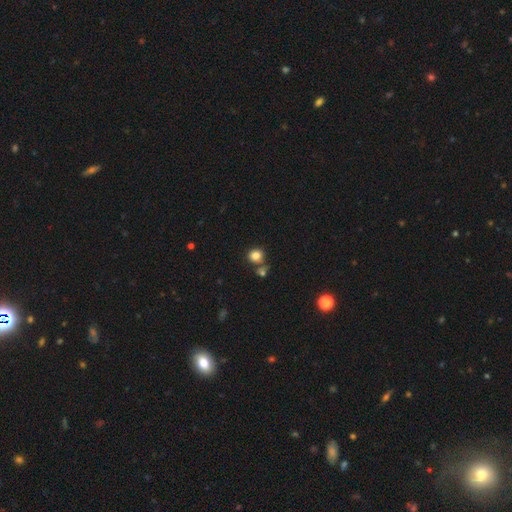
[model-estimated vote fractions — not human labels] smooth-or-featured: smooth: 83% | star or artifact: 12% | featured or disk: 6%
  how-rounded: round: 77% | in between: 22% | cigar-shaped: 1%
  merging: none: 68% | merger: 18% | minor disturbance: 10% | major disturbance: 4%